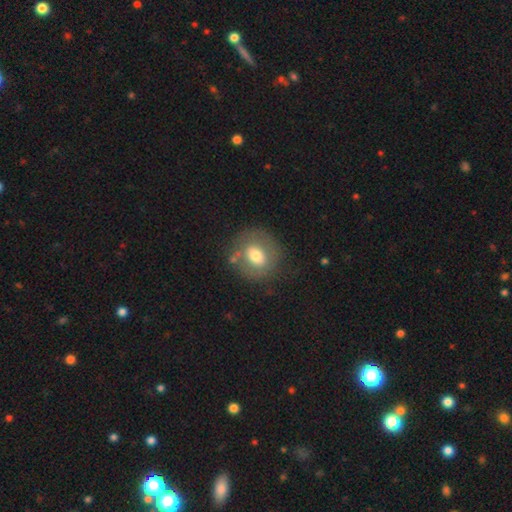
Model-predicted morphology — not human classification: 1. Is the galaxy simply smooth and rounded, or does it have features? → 62% smooth, 29% featured or disk, 9% star or artifact.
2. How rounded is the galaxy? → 76% round, 23% in between, 1% cigar-shaped.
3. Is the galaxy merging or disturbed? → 74% none, 15% minor disturbance, 7% major disturbance, 4% merger.